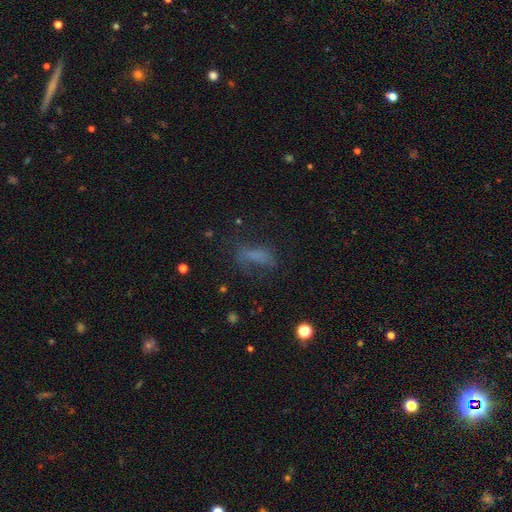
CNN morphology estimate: type=smooth (58%); roundness=in between (62%); merging=none (46%).